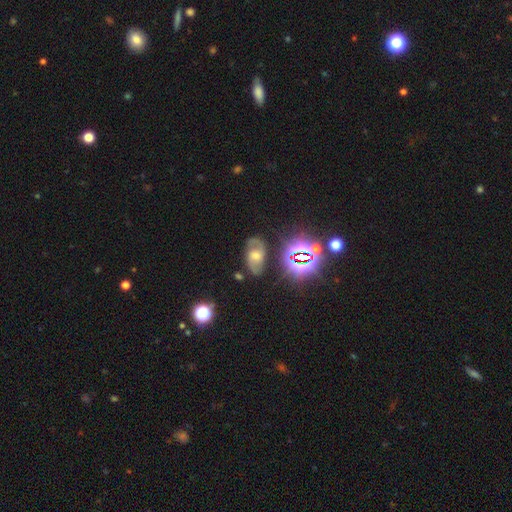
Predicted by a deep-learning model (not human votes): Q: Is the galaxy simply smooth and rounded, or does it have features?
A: featured or disk — 60%.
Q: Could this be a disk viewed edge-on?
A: no — 95%.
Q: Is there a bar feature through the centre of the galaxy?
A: no — 51%.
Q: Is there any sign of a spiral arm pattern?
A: yes — 86%.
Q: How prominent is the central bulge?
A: moderate — 60%.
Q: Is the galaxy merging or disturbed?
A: none — 69%.